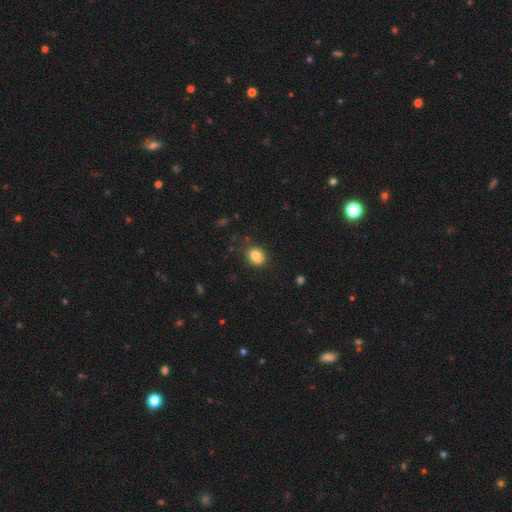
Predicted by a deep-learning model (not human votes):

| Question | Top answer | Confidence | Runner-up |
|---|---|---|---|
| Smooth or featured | smooth | 81% | star or artifact (10%) |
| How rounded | round | 69% | in between (31%) |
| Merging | none | 79% | minor disturbance (15%) |